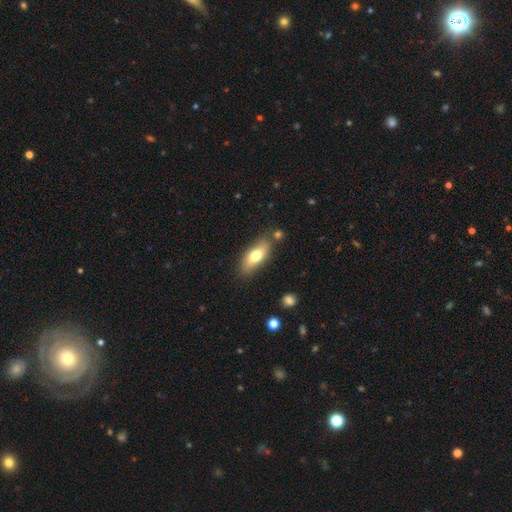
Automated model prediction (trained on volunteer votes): Smooth or featured? smooth (69%)
How rounded? in between (77%)
Merging? none (78%)